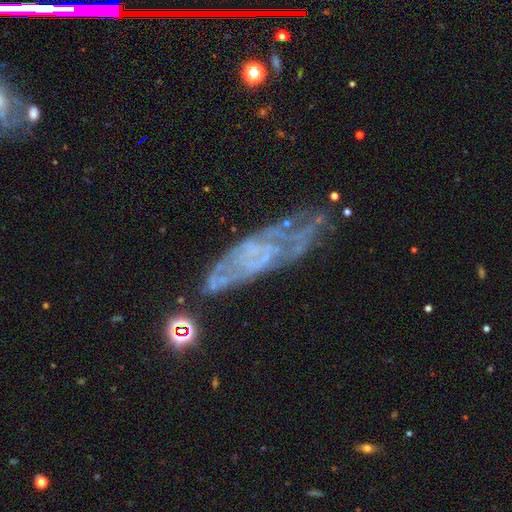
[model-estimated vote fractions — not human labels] Smooth or featured? featured or disk (66%)
Edge-on disk? no (70%)
Merging? none (58%)